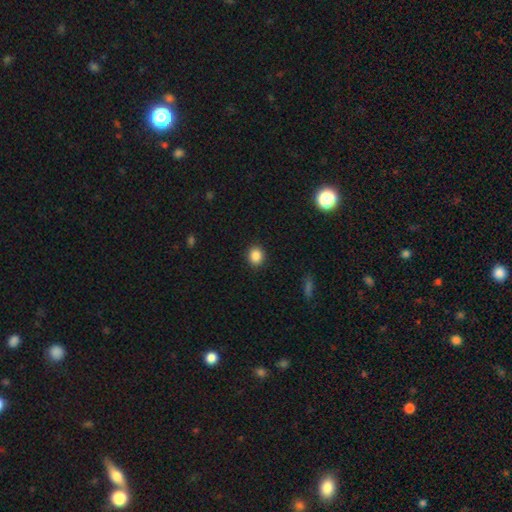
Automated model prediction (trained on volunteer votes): Smooth or featured: smooth — 86% (star or artifact — 10%)
How rounded: round — 74% (in between — 25%)
Merging: none — 90% (minor disturbance — 6%)